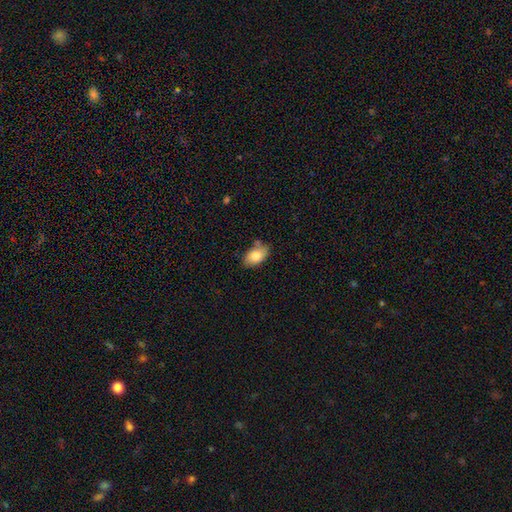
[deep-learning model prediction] Q: Smooth or featured?
A: smooth (81%); runner-up: featured or disk (12%)
Q: How rounded?
A: in between (90%); runner-up: round (8%)
Q: Merging?
A: none (67%); runner-up: minor disturbance (22%)